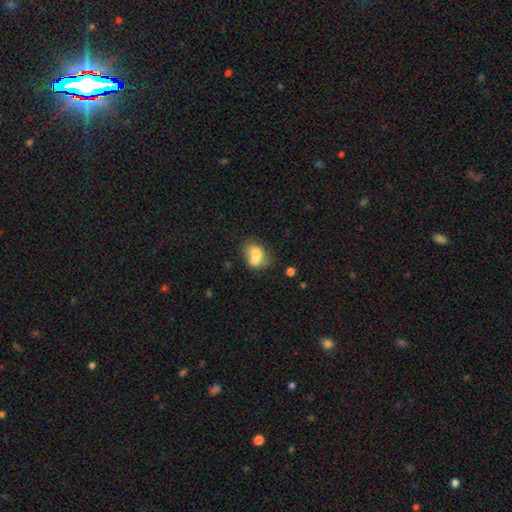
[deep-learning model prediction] This is likely a smooth galaxy (69%). How rounded: possibly in between (58%). Merging: likely merger (62%).